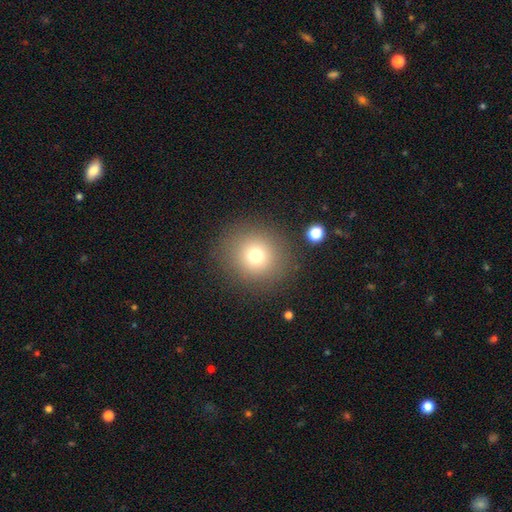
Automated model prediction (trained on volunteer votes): This is likely a smooth galaxy (74%). How rounded: clearly round (89%). Merging: clearly none (86%).